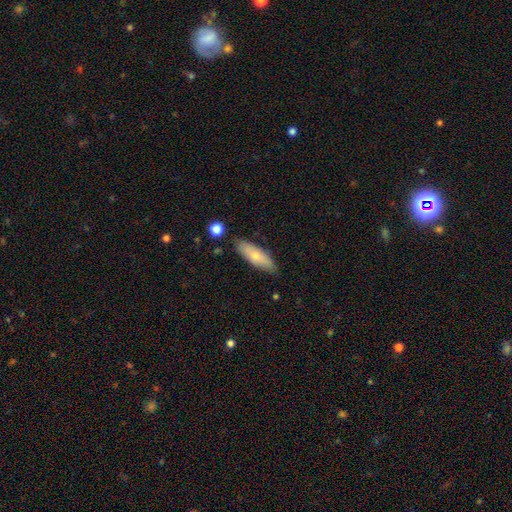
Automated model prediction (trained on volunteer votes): Smooth or featured: smooth — 70% (featured or disk — 24%)
How rounded: in between — 53% (cigar-shaped — 44%)
Merging: none — 82% (minor disturbance — 13%)